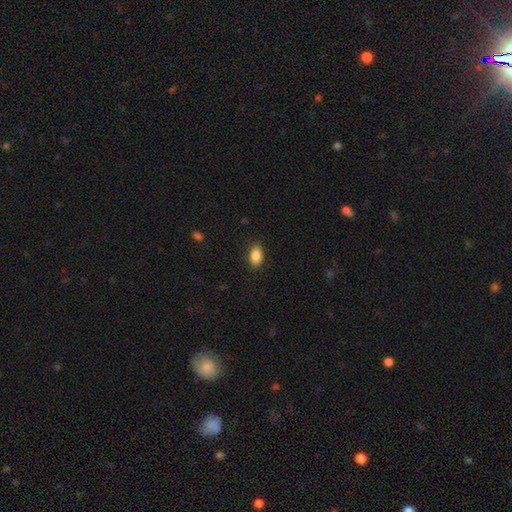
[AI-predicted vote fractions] smooth 87%, star or artifact 8%, featured or disk 5%. Down the decision tree: how rounded — in between (90%); merging — none (88%).